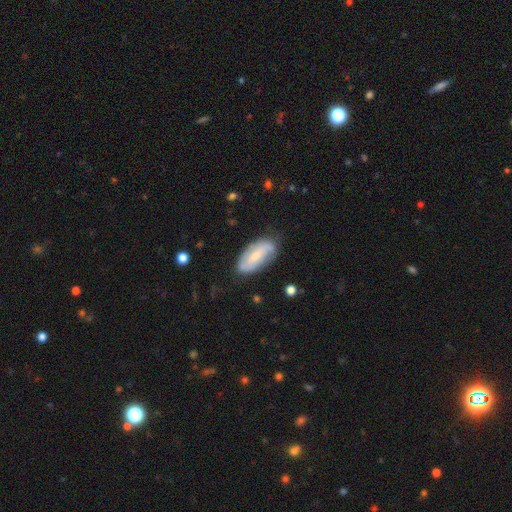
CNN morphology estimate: Overall: featured or disk (56%; smooth 39%). Edge-on disk: no (91%). Bar: weak (40%; no 32%). Spiral arms: yes (80%). Bulge size: small (55%; moderate 35%). Merging: none (74%).